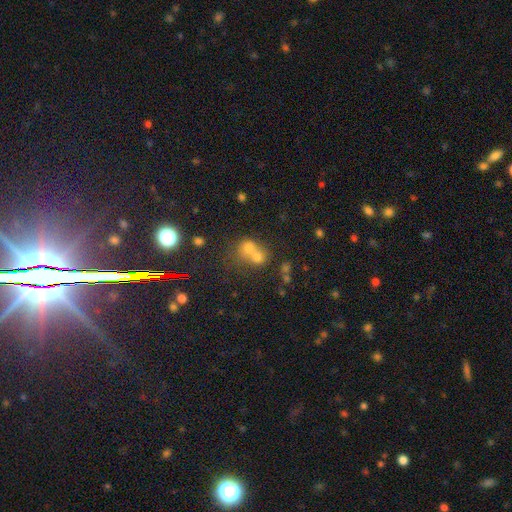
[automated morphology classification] A smooth galaxy with no disk features (59%) that is round (72%). Merging: merger (62%).